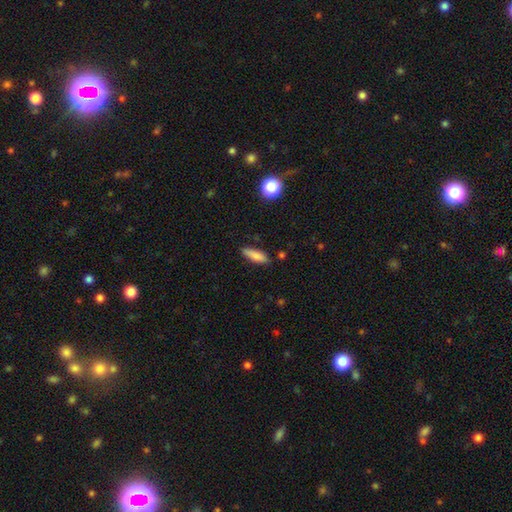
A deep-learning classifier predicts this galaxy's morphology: smooth 82%, featured or disk 10%, star or artifact 7%. Down the decision tree: how rounded — cigar-shaped (51%); merging — none (80%).